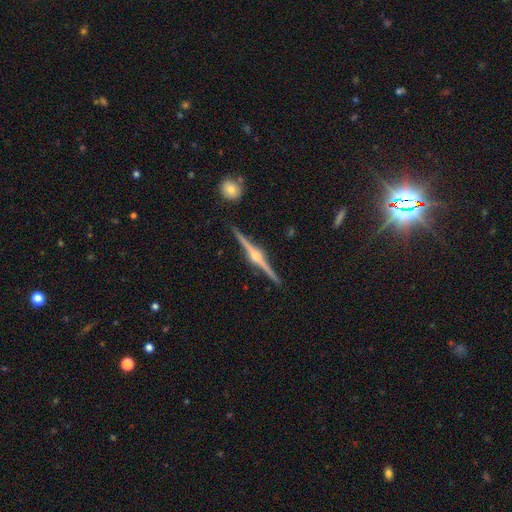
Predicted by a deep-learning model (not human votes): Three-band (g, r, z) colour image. It shows a featured or disk galaxy (90%) viewed edge-on (99%) with a rounded central bulge (93%). Merging: none (92%).